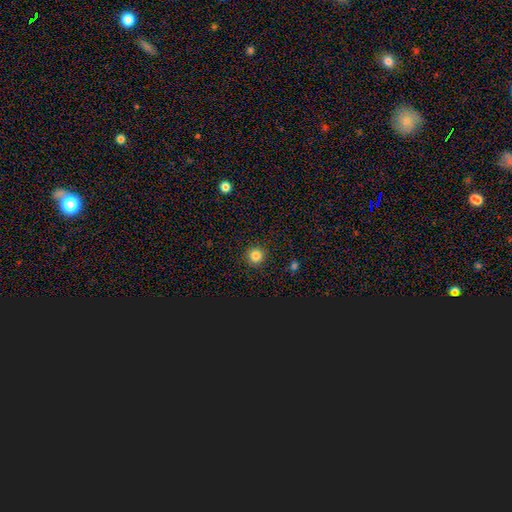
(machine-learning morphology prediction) This appears to be a smooth galaxy with no disk features (82%) that is round (95%). Merging: none (91%).